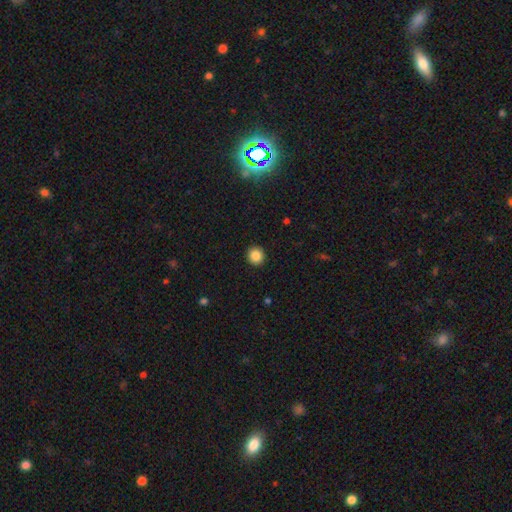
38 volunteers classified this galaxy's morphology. Smooth or featured?
  - smooth: 84% *
  - featured or disk: 8%
  - star or artifact: 8%
How rounded?
  - round: 100% *
  - in between: 0%
  - cigar-shaped: 0%
Merging?
  - none: 94% *
  - minor disturbance: 3%
  - major disturbance: 3%
  - merger: 0%